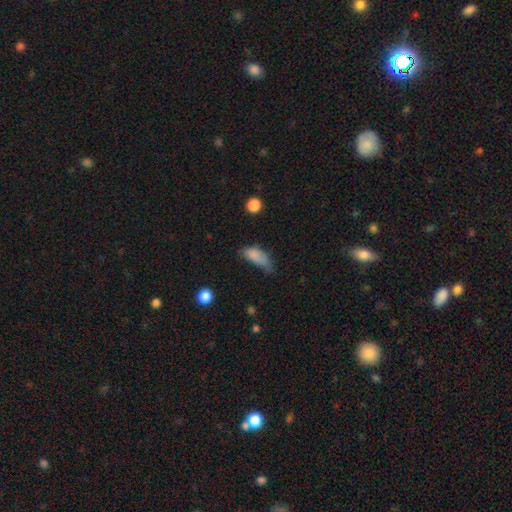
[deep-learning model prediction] Smooth or featured: smooth — 80% (featured or disk — 11%)
How rounded: in between — 84% (cigar-shaped — 12%)
Merging: minor disturbance — 41% (none — 28%)